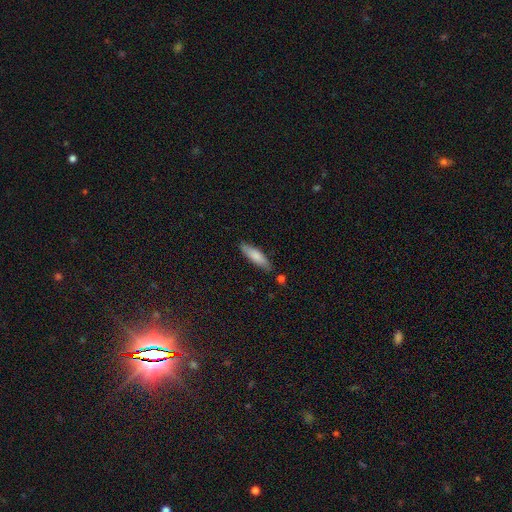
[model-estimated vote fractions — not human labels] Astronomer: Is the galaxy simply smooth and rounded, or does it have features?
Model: smooth — 77%.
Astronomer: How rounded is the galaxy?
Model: cigar-shaped — 62%.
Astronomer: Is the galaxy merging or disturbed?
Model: none — 78%.